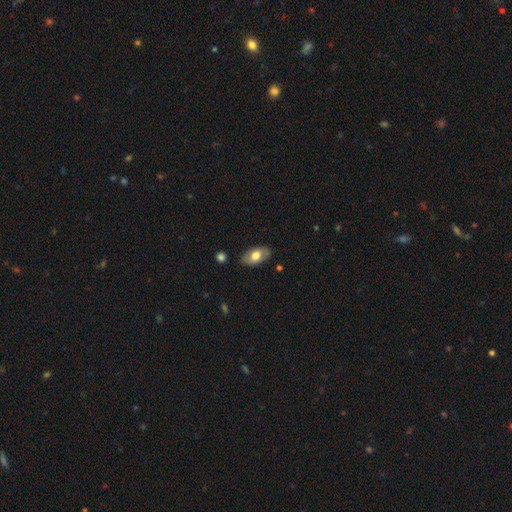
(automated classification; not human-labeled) This is likely a smooth galaxy (64%). How rounded: clearly in between (93%). Merging: clearly none (82%).